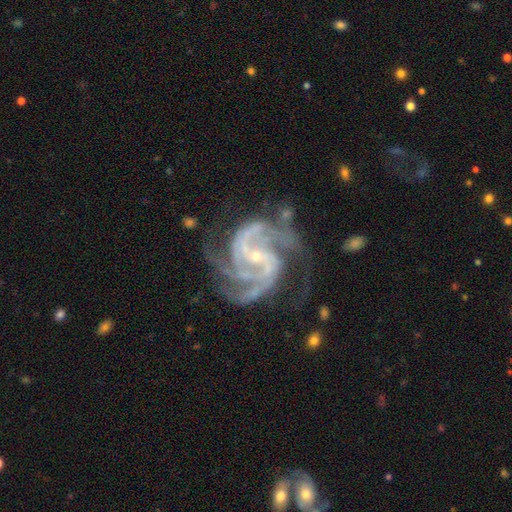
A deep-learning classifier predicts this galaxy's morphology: This is clearly a featured or disk galaxy (93%). It is clearly not viewed edge-on (98%). Bar: marginally no (42%). Spiral arm pattern: clearly yes (99%). Spiral arm count: marginally 3 (41%). Spiral winding: possibly medium (51%). Central bulge: clearly small (81%). Merging: likely none (66%).